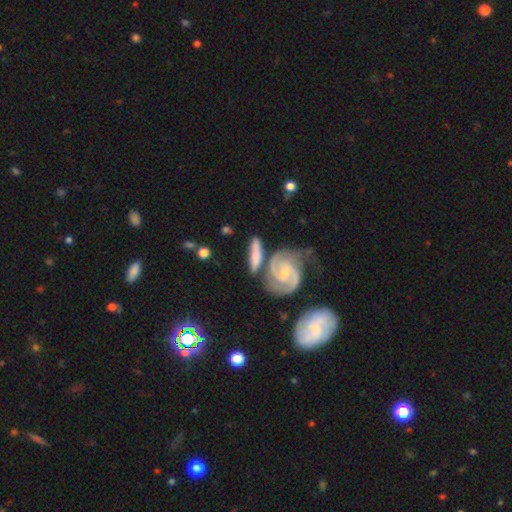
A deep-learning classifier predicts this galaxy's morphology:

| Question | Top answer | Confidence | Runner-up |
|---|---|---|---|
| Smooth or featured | featured or disk | 55% | smooth (39%) |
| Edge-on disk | no | 81% | yes (19%) |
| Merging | none | 56% | merger (19%) |